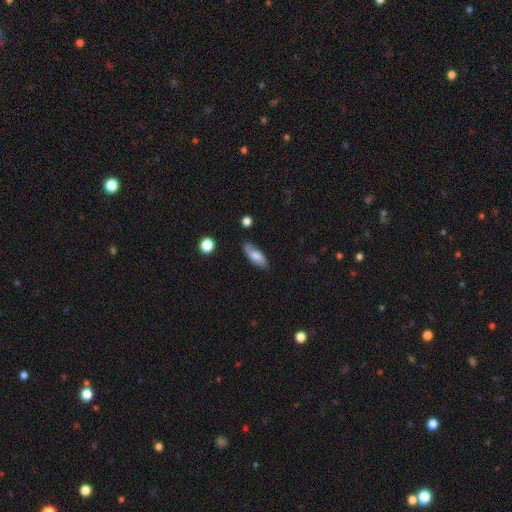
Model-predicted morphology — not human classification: Smooth or featured? smooth (69%)
How rounded? in between (71%)
Merging? none (79%)